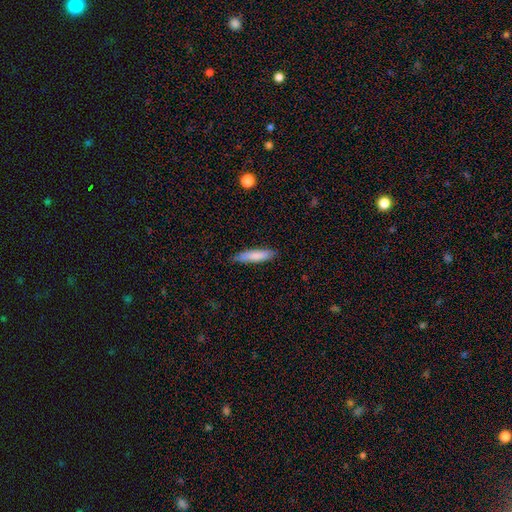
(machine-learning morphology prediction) A smooth galaxy with no disk features (81%) that is cigar-shaped (80%). Merging: none (82%).